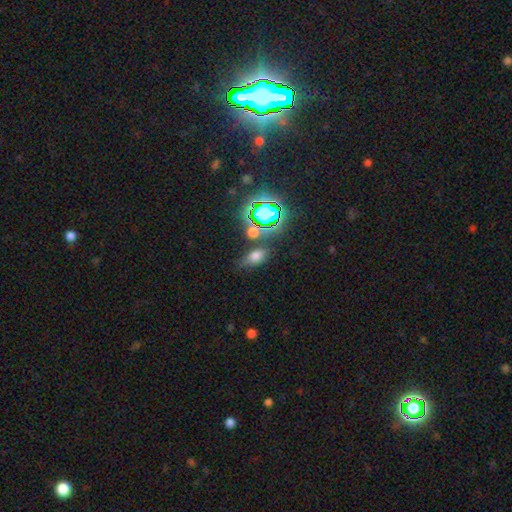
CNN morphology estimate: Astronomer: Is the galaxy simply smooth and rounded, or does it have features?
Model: smooth — 62%.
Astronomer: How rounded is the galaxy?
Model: in between — 80%.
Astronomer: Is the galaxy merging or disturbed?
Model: none — 67%.